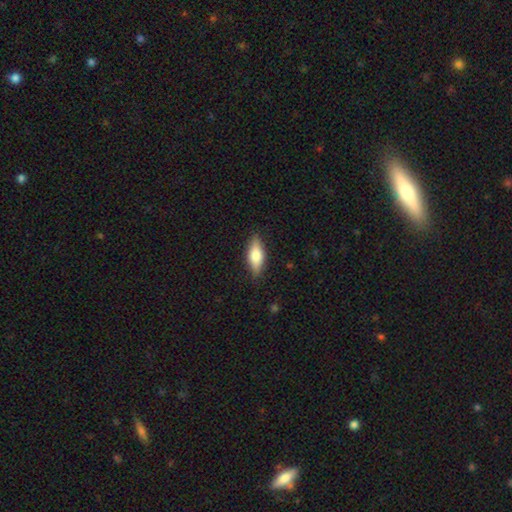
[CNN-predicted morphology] Smooth or featured? smooth (66%)
How rounded? in between (68%)
Merging? none (85%)